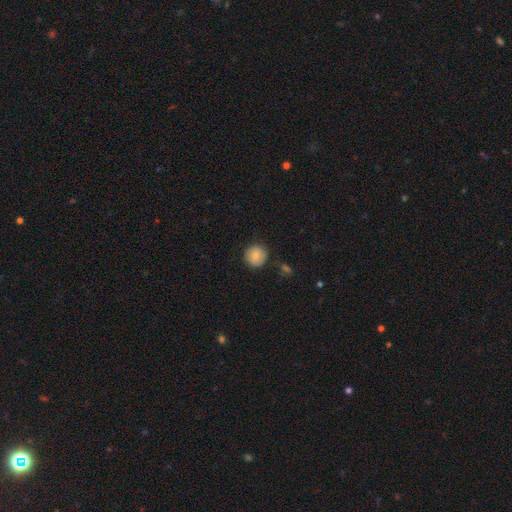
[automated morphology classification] smooth-or-featured: smooth: 80% | featured or disk: 12% | star or artifact: 8%
  how-rounded: round: 93% | in between: 6% | cigar-shaped: 1%
  merging: none: 86% | minor disturbance: 9% | major disturbance: 2% | merger: 2%